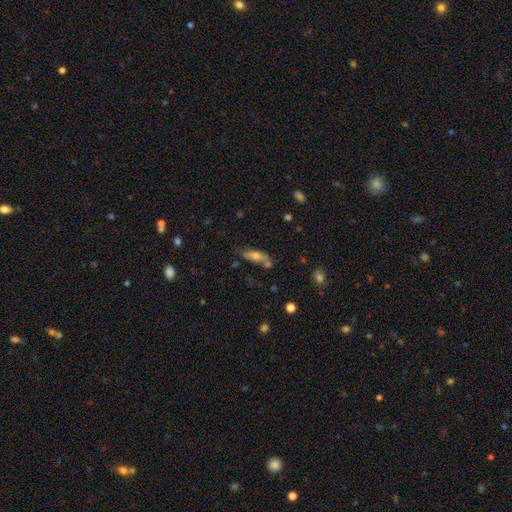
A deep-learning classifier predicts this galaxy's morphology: smooth-or-featured: smooth: 65% | featured or disk: 27% | star or artifact: 8%
  how-rounded: in between: 56% | cigar-shaped: 41% | round: 3%
  merging: none: 57% | minor disturbance: 20% | merger: 17% | major disturbance: 6%